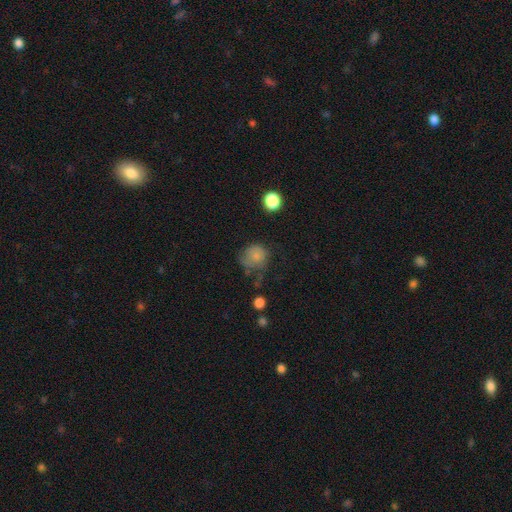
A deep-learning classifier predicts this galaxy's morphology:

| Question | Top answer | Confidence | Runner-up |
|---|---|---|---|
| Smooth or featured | smooth | 76% | featured or disk (12%) |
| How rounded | round | 81% | in between (18%) |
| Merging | none | 47% | minor disturbance (29%) |